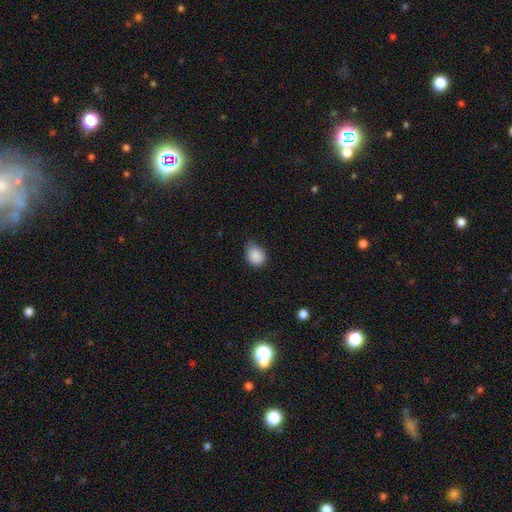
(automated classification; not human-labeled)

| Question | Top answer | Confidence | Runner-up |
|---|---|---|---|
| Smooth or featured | smooth | 88% | star or artifact (8%) |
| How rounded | in between | 50% | tied: round (50%) |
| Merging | none | 61% | minor disturbance (33%) |